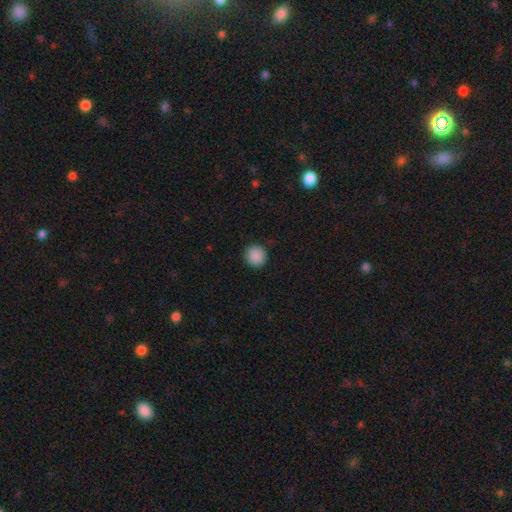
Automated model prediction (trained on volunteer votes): Overall: smooth (89%). How rounded: round (94%). Merging: none (91%).